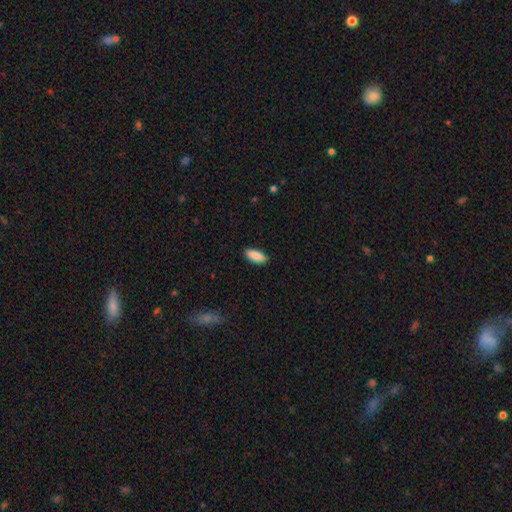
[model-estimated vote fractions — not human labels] smooth-or-featured: smooth: 90% | star or artifact: 6% | featured or disk: 4%
  how-rounded: in between: 85% | cigar-shaped: 14% | round: 2%
  merging: none: 90% | minor disturbance: 7% | major disturbance: 2% | merger: 1%